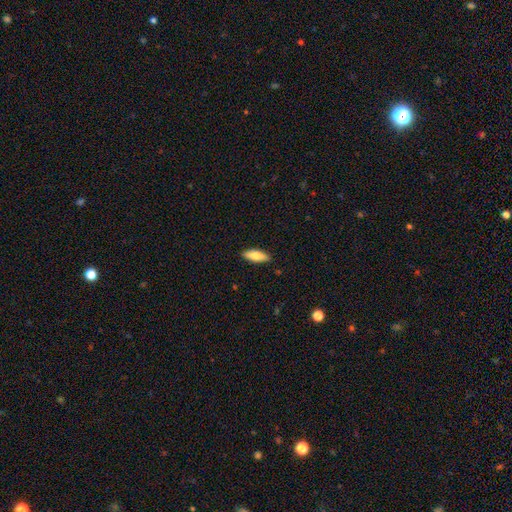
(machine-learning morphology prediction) This appears to be a smooth galaxy with no disk features (79%) that is in between round and cigar-shaped (67%). Merging: none (88%).